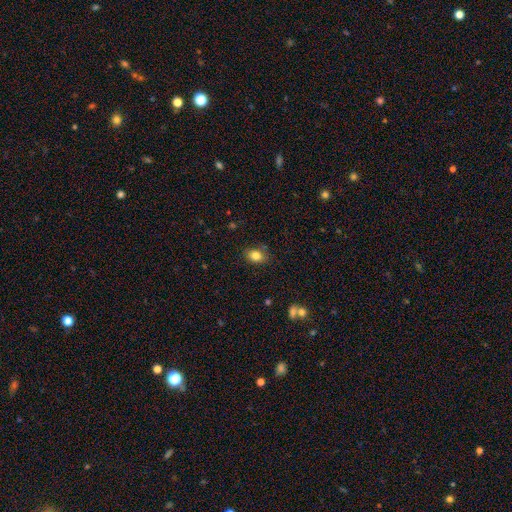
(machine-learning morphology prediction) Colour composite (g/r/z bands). It shows a smooth galaxy with no disk features (83%) that is in between round and cigar-shaped (70%). Merging: none (81%).